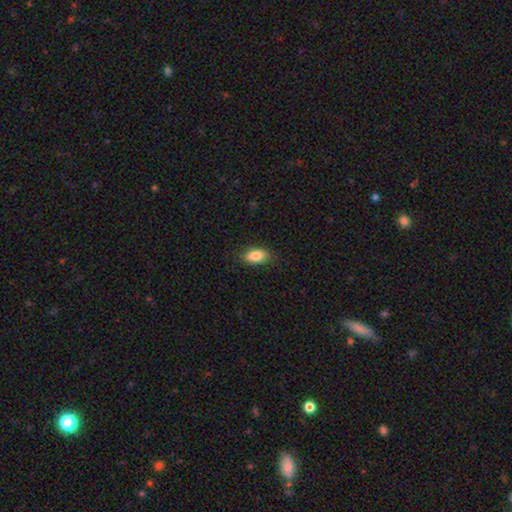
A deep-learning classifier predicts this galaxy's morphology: Q: Smooth or featured?
A: smooth (85%); runner-up: featured or disk (8%)
Q: How rounded?
A: in between (90%); runner-up: round (5%)
Q: Merging?
A: none (86%); runner-up: minor disturbance (11%)